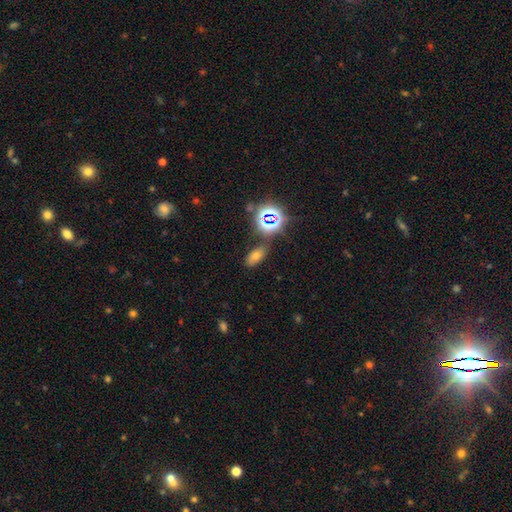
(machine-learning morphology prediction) Smooth or featured? Predicted: smooth (p=0.56). How rounded? Predicted: in between (p=0.86). Merging? Predicted: none (p=0.79).